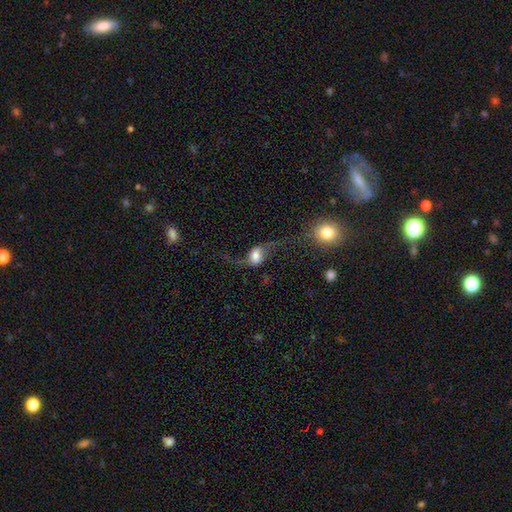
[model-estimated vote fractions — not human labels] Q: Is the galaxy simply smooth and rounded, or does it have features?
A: featured or disk — 56%.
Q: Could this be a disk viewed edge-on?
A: no — 91%.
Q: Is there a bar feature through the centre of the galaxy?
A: no — 48%.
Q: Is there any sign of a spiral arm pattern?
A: yes — 82%.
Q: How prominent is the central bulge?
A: large — 36%.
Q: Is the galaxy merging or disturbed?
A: none — 40%.